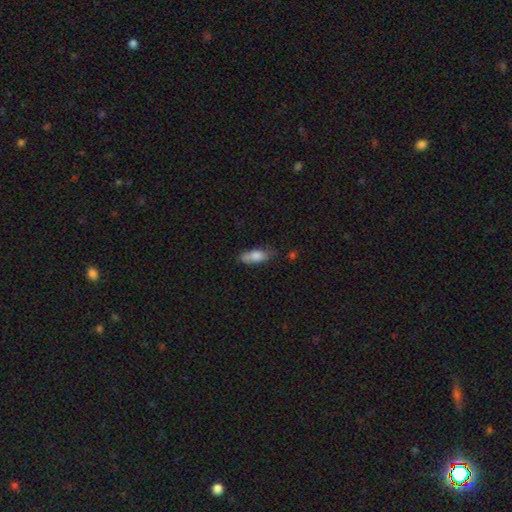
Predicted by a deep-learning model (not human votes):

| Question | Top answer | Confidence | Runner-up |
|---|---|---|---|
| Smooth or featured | smooth | 77% | featured or disk (16%) |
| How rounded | in between | 65% | cigar-shaped (32%) |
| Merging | none | 59% | minor disturbance (26%) |